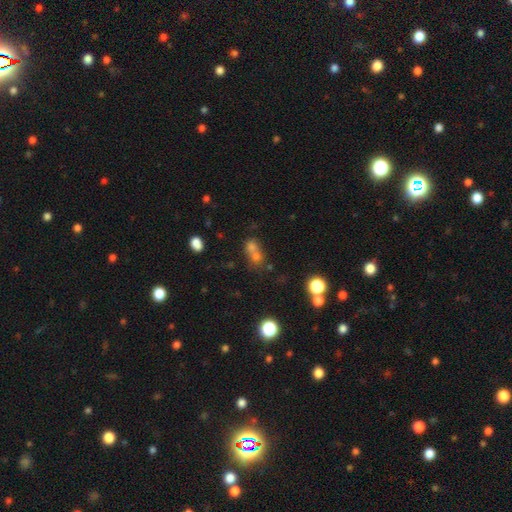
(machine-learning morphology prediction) smooth 63%, star or artifact 22%, featured or disk 15%. Down the decision tree: how rounded — round (73%); merging — merger (58%).